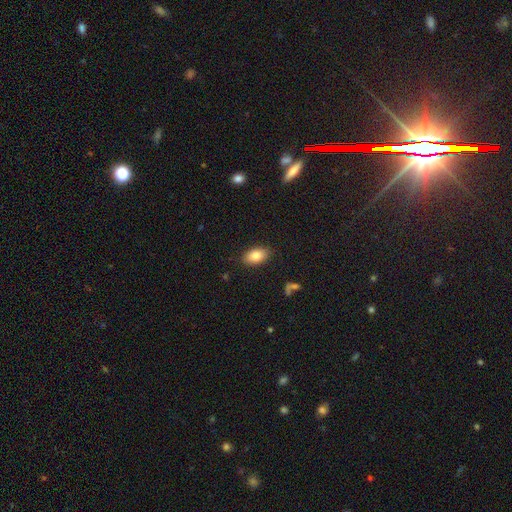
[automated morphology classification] Smooth or featured? Predicted: smooth (p=0.82). How rounded? Predicted: in between (p=0.92). Merging? Predicted: none (p=0.87).